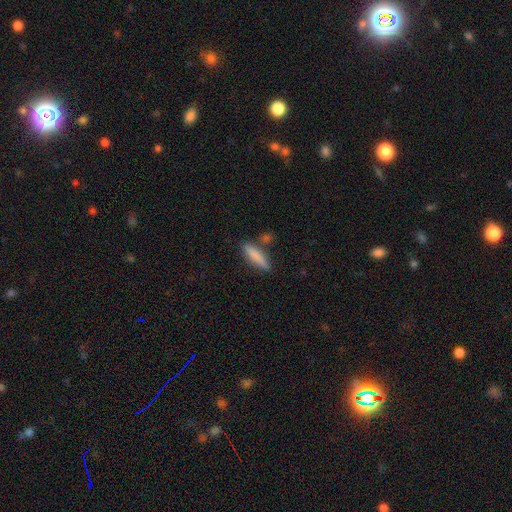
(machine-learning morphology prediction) A smooth galaxy with no disk features (79%) that is cigar-shaped (80%). Merging: none (75%).